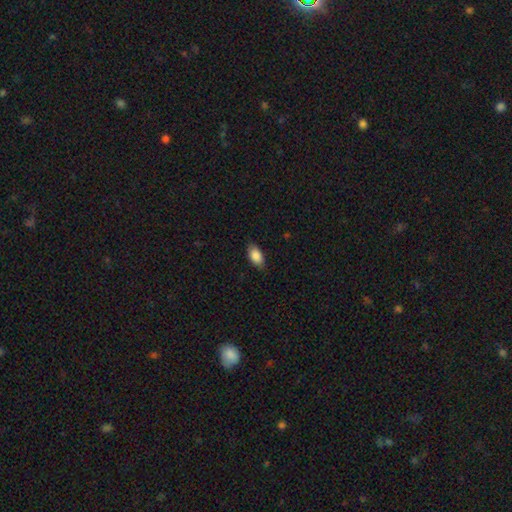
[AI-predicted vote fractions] The model was most divided on "merging": none: 82%, minor disturbance: 14%, major disturbance: 3%, merger: 1%. More confident: how rounded — in between (92%); smooth or featured — smooth (88%).